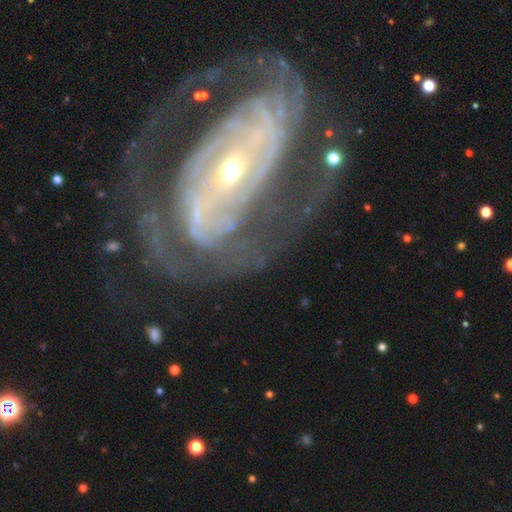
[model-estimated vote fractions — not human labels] A featured or disk galaxy (89%) with a strong bar (42%), 2 (43%) tight (54%) spiral arms (94%) and a small central bulge (62%).

Vote fractions:
- Smooth or featured? featured or disk: 89% / star or artifact: 6% / smooth: 5%
- Edge-on disk? no: 96% / yes: 4%
- Bar? strong: 42% / weak: 30% / no: 28%
- Spiral arms? yes: 94% / no: 6%
- Spiral winding? tight: 54% / medium: 35% / loose: 11%
- Spiral arm count? 2: 43% / can't tell: 22% / 3: 13% / 4: 9% / more than 4: 7% / 1: 6%
- Bulge size? small: 62% / moderate: 33% / large: 3% / dominant: 1% / none: 1%
- Merging? none: 62% / major disturbance: 20% / minor disturbance: 16% / merger: 2%